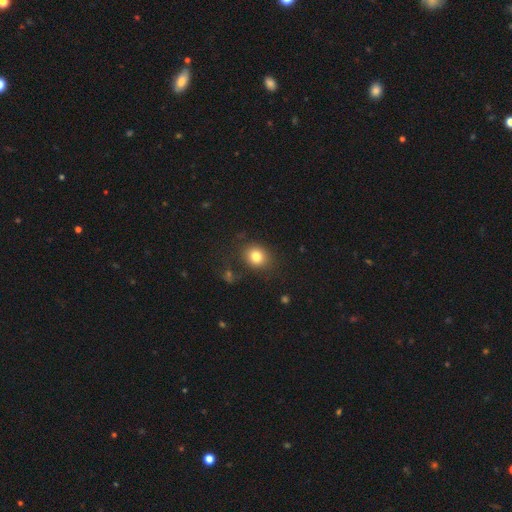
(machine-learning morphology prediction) Smooth or featured? smooth (80%)
How rounded? round (63%)
Merging? none (81%)